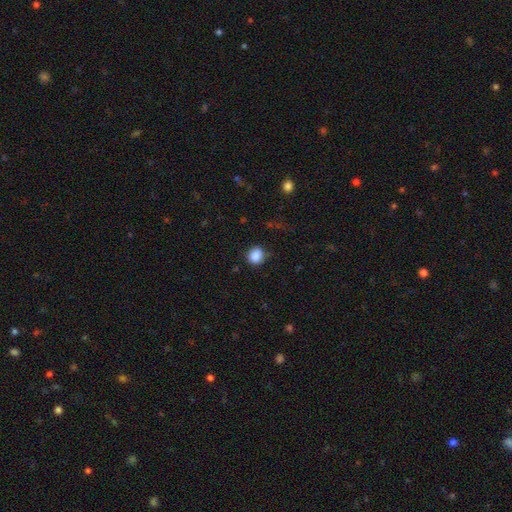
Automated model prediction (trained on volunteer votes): A smooth galaxy with no disk features (87%) that is round (78%).

Vote fractions:
- Smooth or featured? smooth: 87% / star or artifact: 9% / featured or disk: 3%
- How rounded? round: 78% / in between: 21% / cigar-shaped: 1%
- Merging? none: 78% / minor disturbance: 16% / major disturbance: 4% / merger: 2%